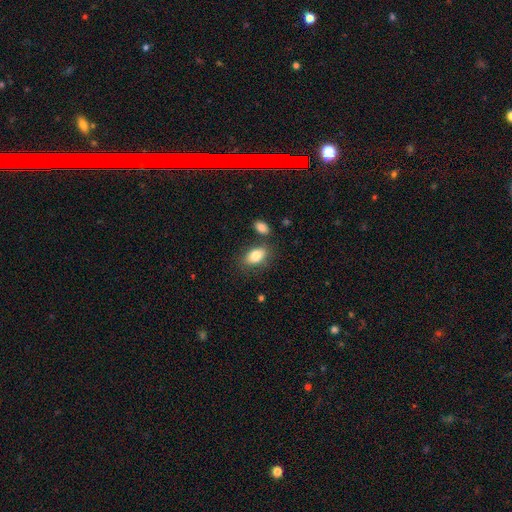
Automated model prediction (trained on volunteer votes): Morphology: type=smooth (82%); roundness=in between (90%); merging=none (72%).